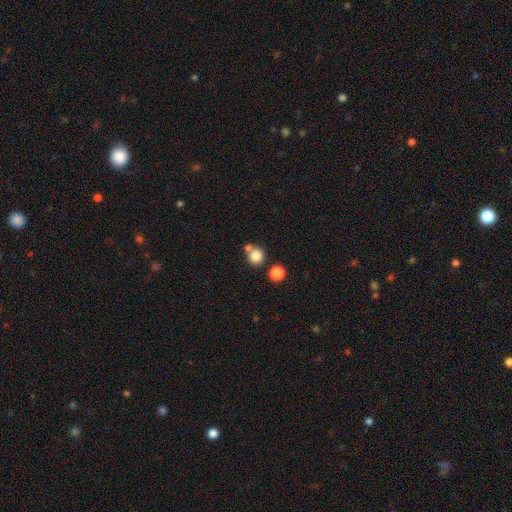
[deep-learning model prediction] A smooth galaxy with no disk features (82%) that is round (87%). Merging: none (59%).